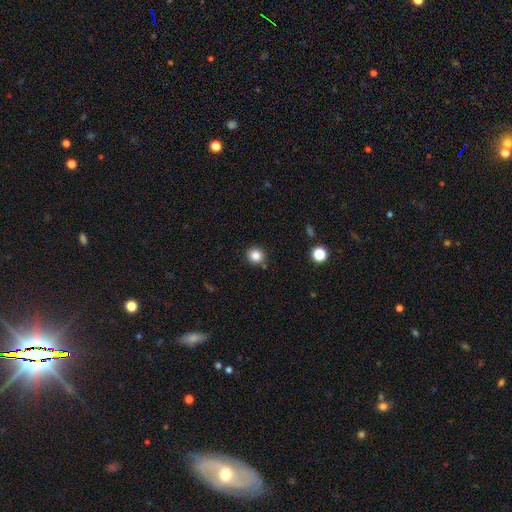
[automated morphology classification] A smooth galaxy with no disk features (84%) that is round (89%). Merging: none (87%).